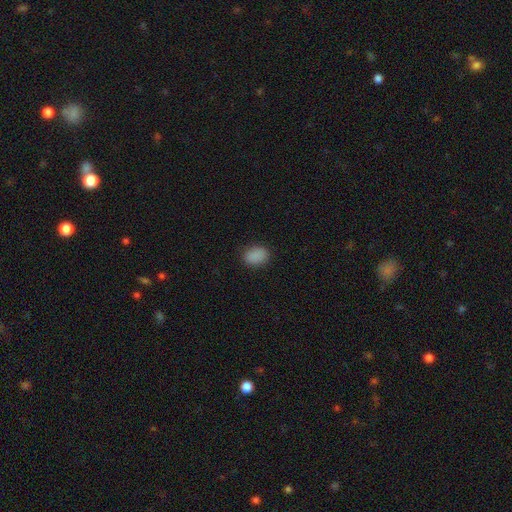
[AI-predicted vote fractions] Smooth or featured: smooth — 87% (star or artifact — 10%)
How rounded: in between — 75% (round — 24%)
Merging: none — 85% (minor disturbance — 11%)